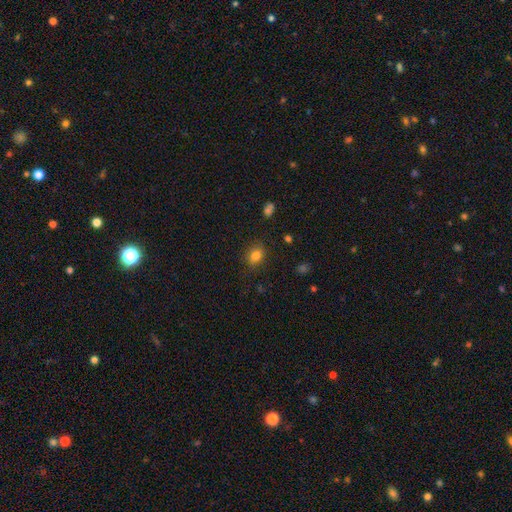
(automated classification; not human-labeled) Smooth or featured? smooth (82%)
How rounded? round (55%)
Merging? none (83%)